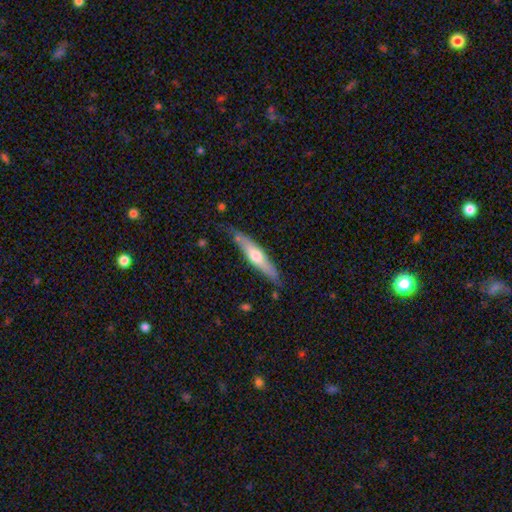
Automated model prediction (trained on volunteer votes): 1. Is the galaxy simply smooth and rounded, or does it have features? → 48% featured or disk, 47% smooth, 5% star or artifact.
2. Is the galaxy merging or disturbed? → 76% none, 18% minor disturbance, 3% major disturbance, 3% merger.